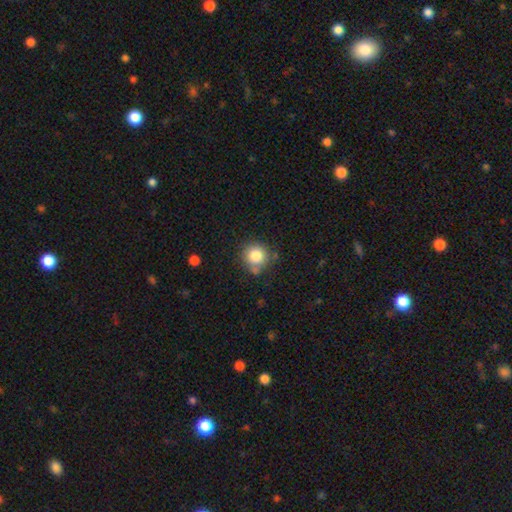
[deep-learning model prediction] A smooth galaxy with no disk features (82%) that is round (92%). Merging: none (75%).